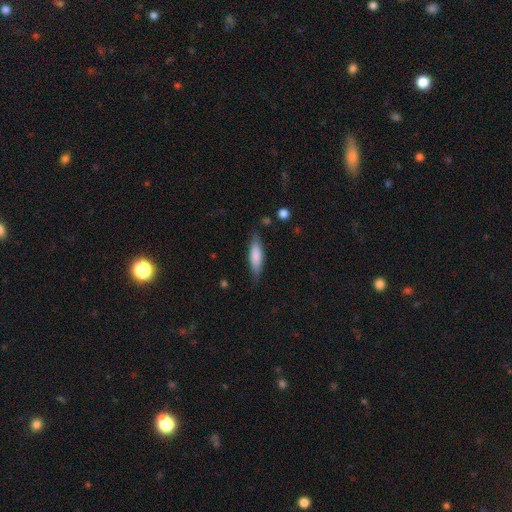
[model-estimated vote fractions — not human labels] Overall: smooth (76%). How rounded: cigar-shaped (58%; in between 41%). Merging: none (79%).